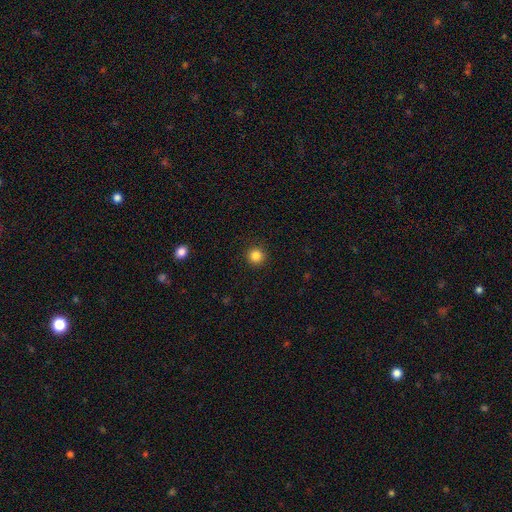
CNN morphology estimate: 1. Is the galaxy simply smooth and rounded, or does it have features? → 85% smooth, 12% star or artifact, 4% featured or disk.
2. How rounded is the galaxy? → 96% round, 3% in between, 1% cigar-shaped.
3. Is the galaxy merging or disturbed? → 92% none, 5% minor disturbance, 2% major disturbance, 1% merger.